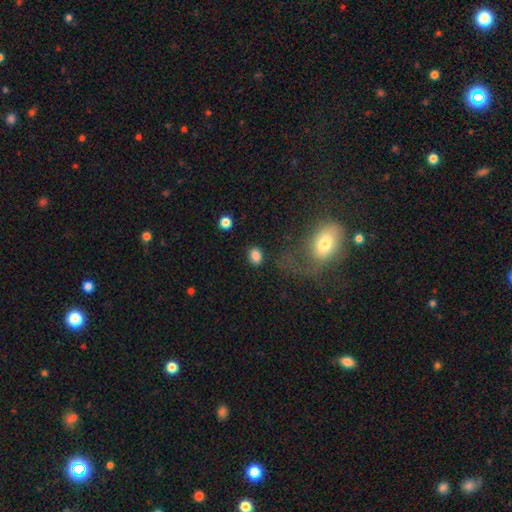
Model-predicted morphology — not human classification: Smooth or featured: smooth — 84% (star or artifact — 10%)
How rounded: in between — 68% (round — 30%)
Merging: none — 82% (minor disturbance — 10%)